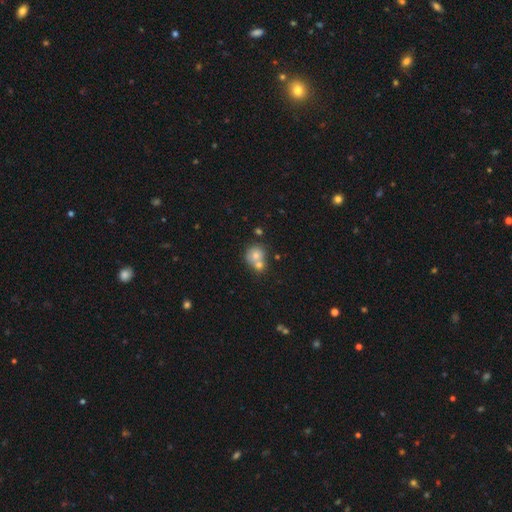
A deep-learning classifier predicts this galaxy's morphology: Overall: smooth (67%). How rounded: round (80%). Merging: merger (52%; none 36%).